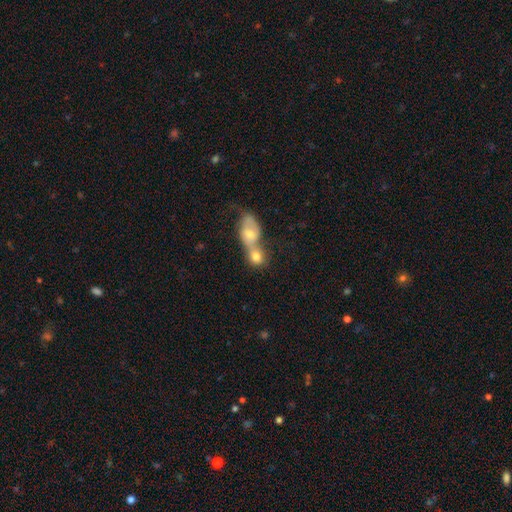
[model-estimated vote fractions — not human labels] This is likely a smooth galaxy (69%). How rounded: possibly round (55%). Merging: likely merger (74%).